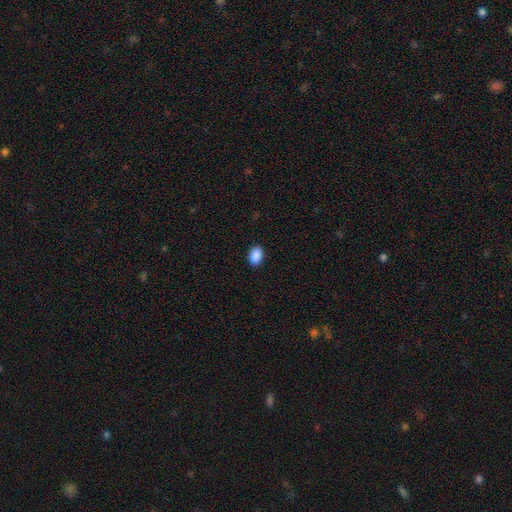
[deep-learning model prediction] A smooth galaxy with no disk features (90%) that is in between round and cigar-shaped (87%). Merging: none (89%).